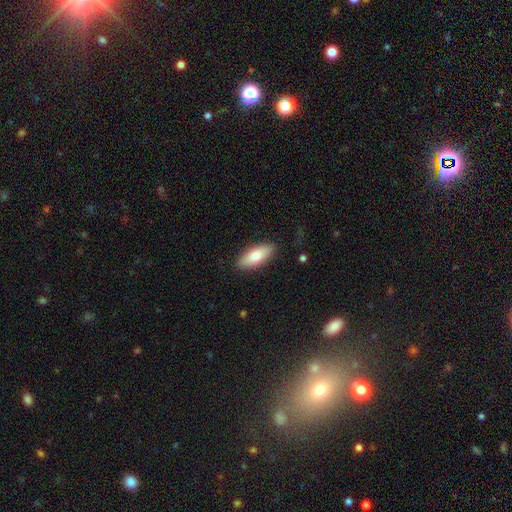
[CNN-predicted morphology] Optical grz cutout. It shows a smooth galaxy with no disk features (77%) that is in between round and cigar-shaped (75%). Merging: none (86%).